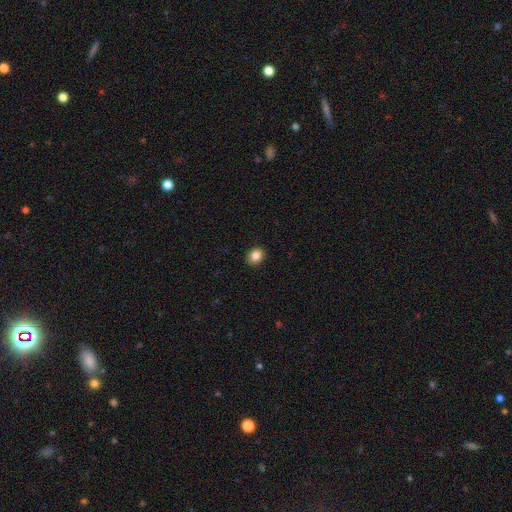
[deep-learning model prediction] Smooth or featured: smooth — 85% (star or artifact — 10%)
How rounded: round — 69% (in between — 30%)
Merging: none — 92% (minor disturbance — 6%)